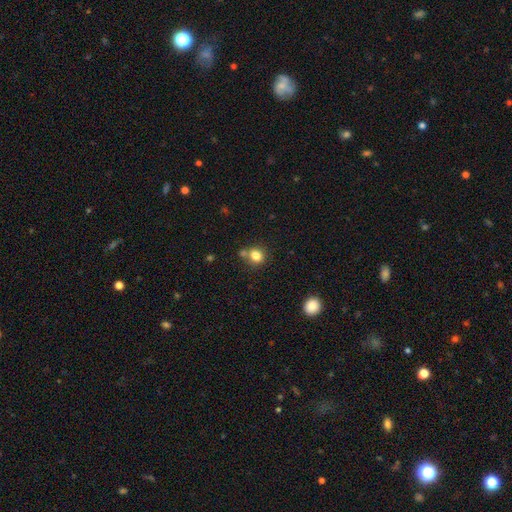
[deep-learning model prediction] smooth-or-featured: smooth: 81% | star or artifact: 12% | featured or disk: 7%
  how-rounded: round: 76% | in between: 23% | cigar-shaped: 1%
  merging: none: 65% | merger: 20% | minor disturbance: 12% | major disturbance: 4%